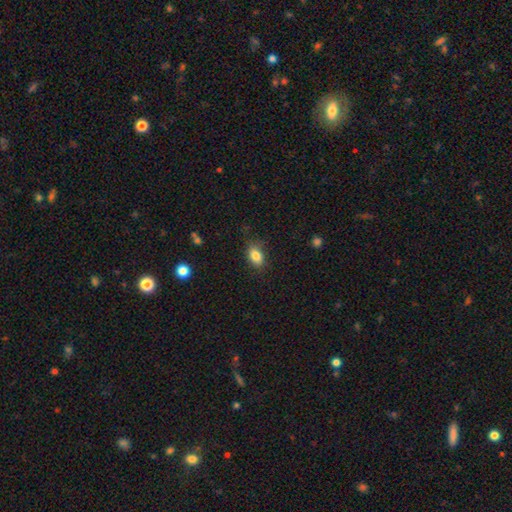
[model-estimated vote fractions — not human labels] A smooth galaxy with no disk features (84%) that is in between round and cigar-shaped (83%). Merging: none (79%).